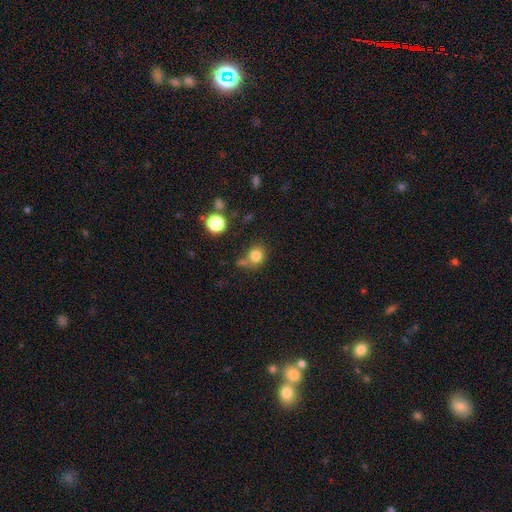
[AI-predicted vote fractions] Smooth or featured? smooth (80%)
How rounded? round (76%)
Merging? none (60%)